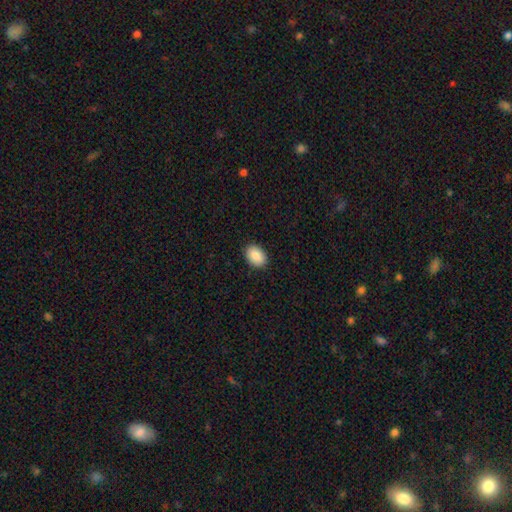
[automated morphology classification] This is clearly a smooth galaxy (87%). How rounded: likely in between (77%). Merging: clearly none (90%).